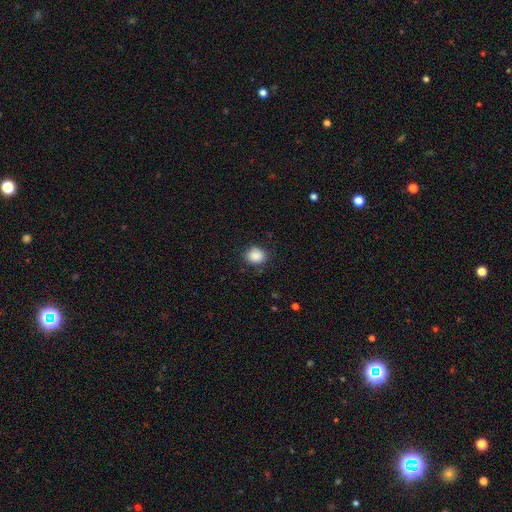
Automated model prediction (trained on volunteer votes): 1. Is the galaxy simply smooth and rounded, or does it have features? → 88% smooth, 9% star or artifact, 3% featured or disk.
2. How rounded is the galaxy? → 67% round, 33% in between, 1% cigar-shaped.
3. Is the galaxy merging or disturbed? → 86% none, 11% minor disturbance, 3% major disturbance, 1% merger.